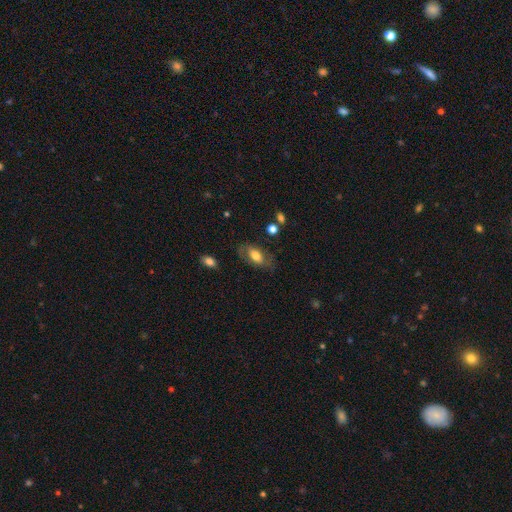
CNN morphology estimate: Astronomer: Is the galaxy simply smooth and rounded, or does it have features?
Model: smooth — 61%.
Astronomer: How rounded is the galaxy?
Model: in between — 89%.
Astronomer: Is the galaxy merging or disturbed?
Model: none — 72%.